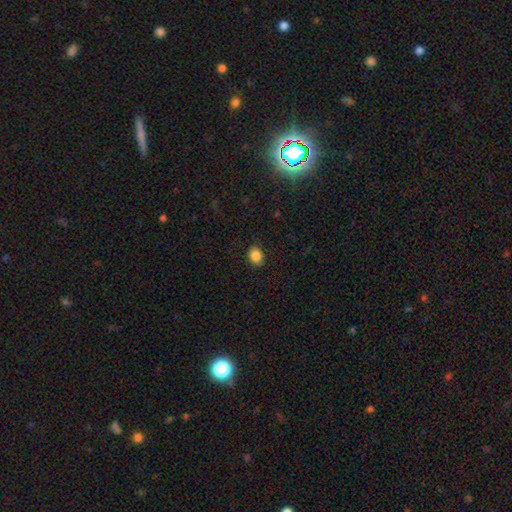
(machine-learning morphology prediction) This appears to be a smooth galaxy with no disk features (87%) that is in between round and cigar-shaped (60%). Merging: none (85%).